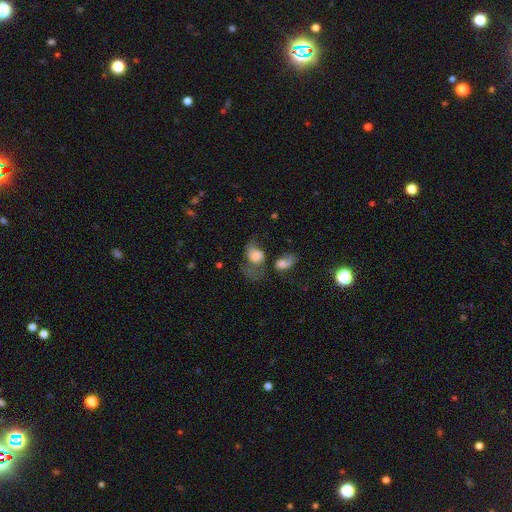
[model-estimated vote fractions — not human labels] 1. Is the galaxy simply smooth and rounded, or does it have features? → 60% smooth, 29% featured or disk, 11% star or artifact.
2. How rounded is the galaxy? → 60% in between, 38% round, 2% cigar-shaped.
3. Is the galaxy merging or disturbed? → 36% major disturbance, 27% merger, 21% none, 16% minor disturbance.